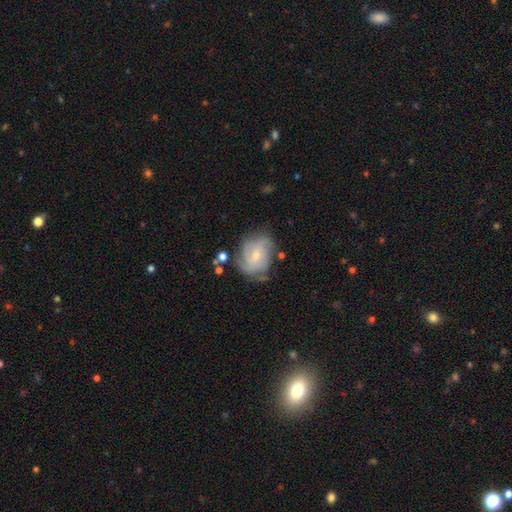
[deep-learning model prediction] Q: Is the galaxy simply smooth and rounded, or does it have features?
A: featured or disk — 64%.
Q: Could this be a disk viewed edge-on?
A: no — 97%.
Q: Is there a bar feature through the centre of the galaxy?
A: no — 57%.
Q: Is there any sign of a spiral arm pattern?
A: yes — 85%.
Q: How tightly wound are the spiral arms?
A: tight — 46%.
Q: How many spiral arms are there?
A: can't tell — 39%.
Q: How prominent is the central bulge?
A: small — 63%.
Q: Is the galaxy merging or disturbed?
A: none — 62%.